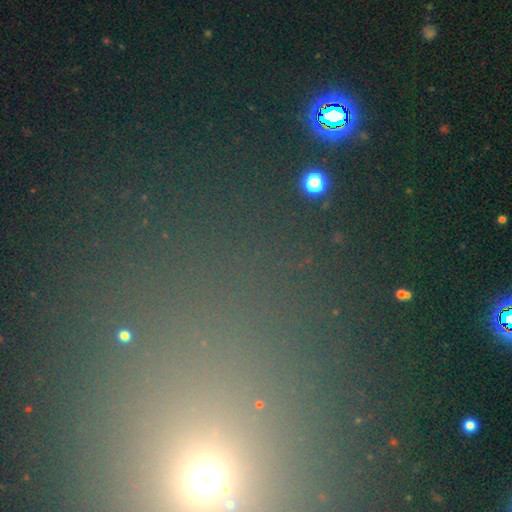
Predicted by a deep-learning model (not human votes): A star or artifact, not a galaxy (63%).